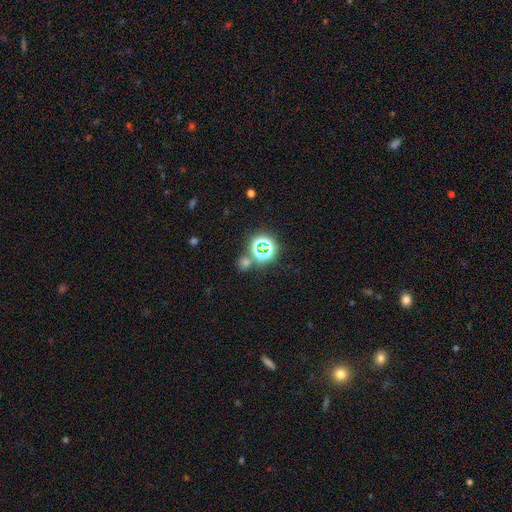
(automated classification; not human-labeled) A star or artifact, not a galaxy (71%).